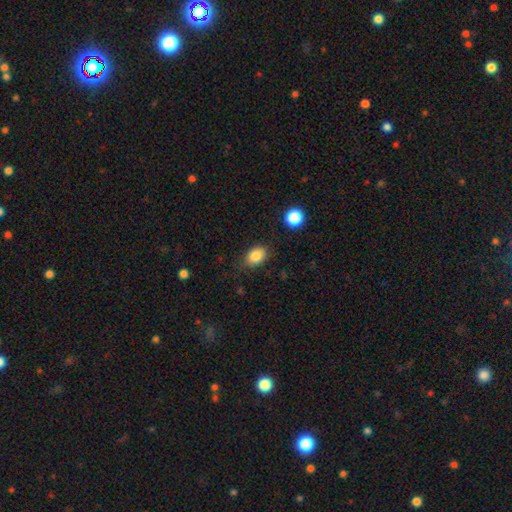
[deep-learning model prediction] This is clearly a smooth galaxy (85%). How rounded: likely in between (73%). Merging: likely none (79%).